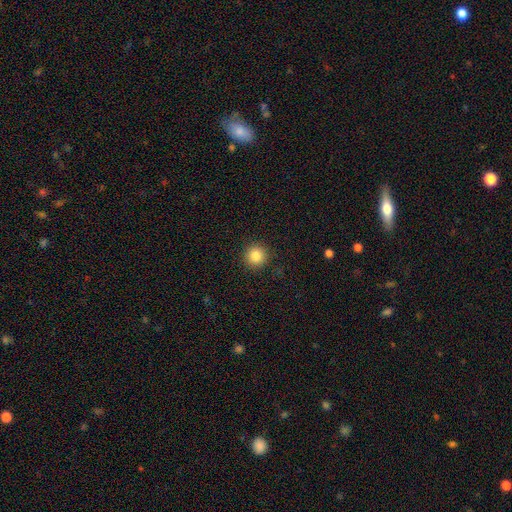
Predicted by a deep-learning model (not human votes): A smooth galaxy with no disk features (85%) that is round (94%).

Vote fractions:
- Smooth or featured? smooth: 85% / star or artifact: 11% / featured or disk: 5%
- How rounded? round: 94% / in between: 5% / cigar-shaped: 1%
- Merging? none: 92% / minor disturbance: 5% / major disturbance: 2% / merger: 1%